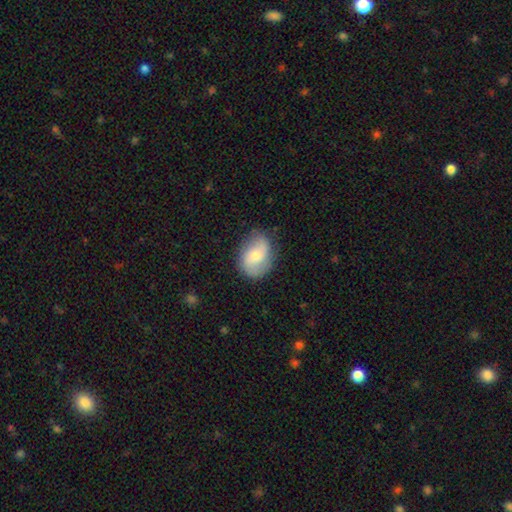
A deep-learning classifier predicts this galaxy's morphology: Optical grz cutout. It shows a featured or disk galaxy (52%) with no bar (58%), spiral arms (85%) and a moderate central bulge (48%). Merging: none (76%).